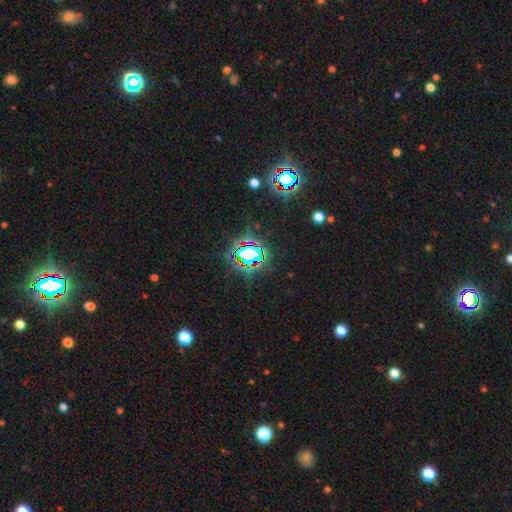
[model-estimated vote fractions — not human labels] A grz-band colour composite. It shows a star or artifact, not a galaxy (83%).